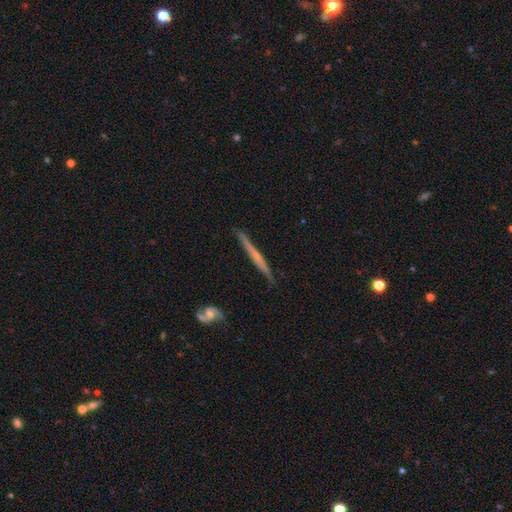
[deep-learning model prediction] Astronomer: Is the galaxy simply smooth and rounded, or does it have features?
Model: featured or disk — 59% (runner-up: smooth, 35%).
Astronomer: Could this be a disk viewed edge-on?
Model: yes — 96%.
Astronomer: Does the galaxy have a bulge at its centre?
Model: none — 69%.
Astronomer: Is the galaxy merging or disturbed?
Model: none — 86%.